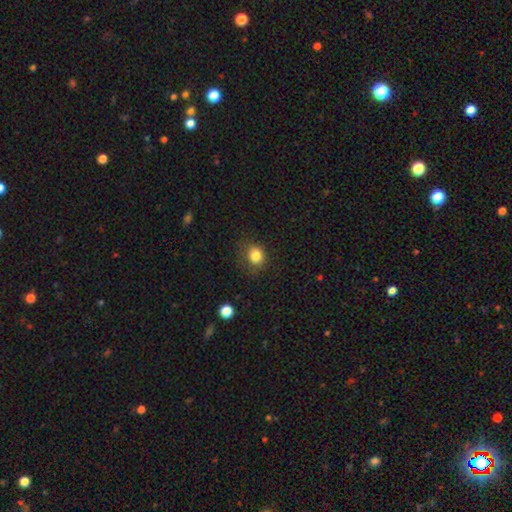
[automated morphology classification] The model was most divided on "how rounded": round: 74%, in between: 25%, cigar-shaped: 1%. More confident: smooth or featured — smooth (82%); merging — none (75%).